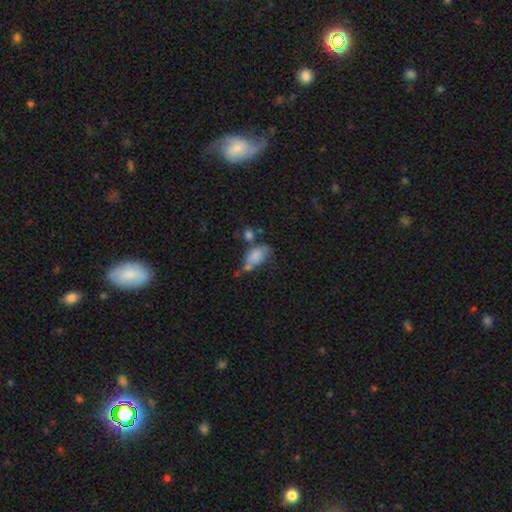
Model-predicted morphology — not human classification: A smooth galaxy with no disk features (74%) that is in between round and cigar-shaped (88%). Merging: none (32%).